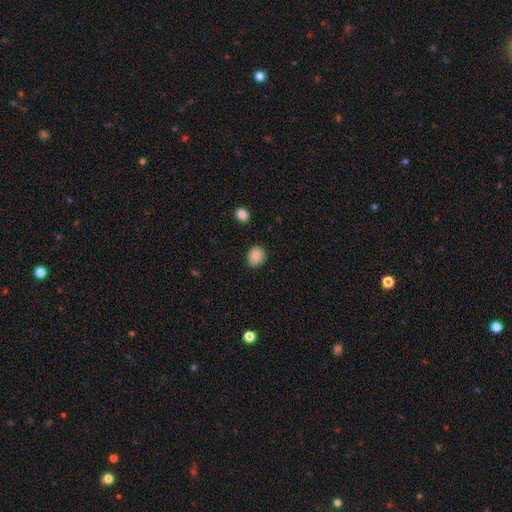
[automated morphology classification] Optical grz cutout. It shows a smooth galaxy with no disk features (84%) that is round (63%). Merging: none (85%).